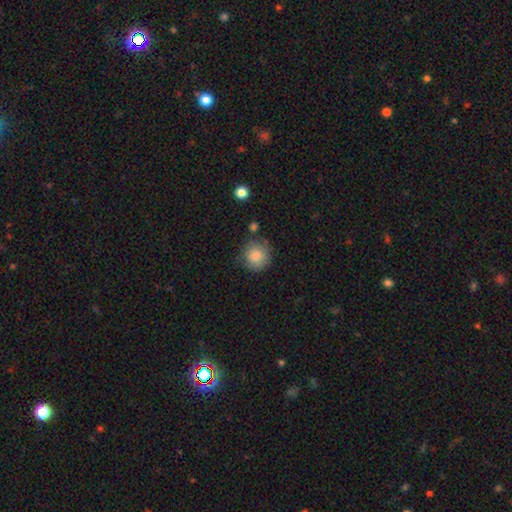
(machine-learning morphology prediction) Smooth or featured?
  - smooth: 83% *
  - featured or disk: 9%
  - star or artifact: 8%
How rounded?
  - round: 91% *
  - in between: 8%
  - cigar-shaped: 1%
Merging?
  - none: 72% *
  - minor disturbance: 19%
  - major disturbance: 5%
  - merger: 4%